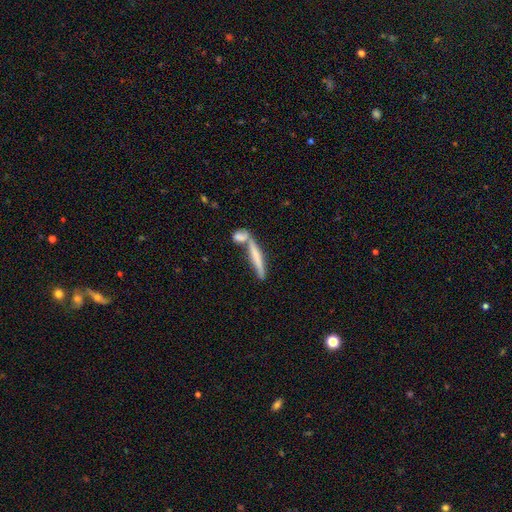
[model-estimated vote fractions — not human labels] The model was most divided on "smooth or featured": smooth: 54%, featured or disk: 38%, star or artifact: 8%. More confident: how rounded — cigar-shaped (90%); merging — none (53%).